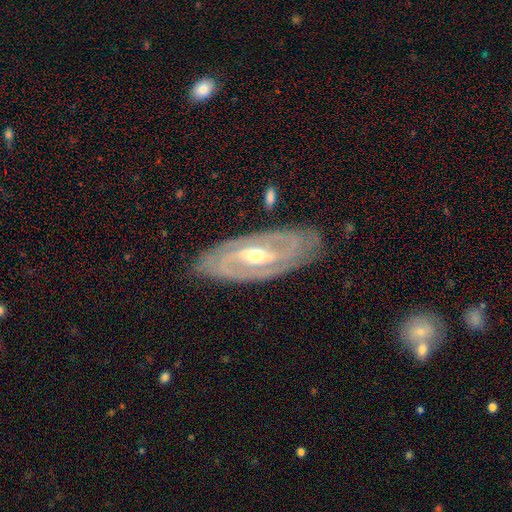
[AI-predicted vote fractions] Q: Smooth or featured?
A: featured or disk (88%); runner-up: smooth (8%)
Q: Edge-on disk?
A: no (91%); runner-up: yes (9%)
Q: Bar?
A: strong (40%); runner-up: weak (37%)
Q: Spiral arms?
A: yes (91%); runner-up: no (9%)
Q: Spiral winding?
A: tight (53%); runner-up: medium (36%)
Q: Spiral arm count?
A: 2 (74%); runner-up: can't tell (13%)
Q: Bulge size?
A: moderate (58%); runner-up: small (38%)
Q: Merging?
A: none (82%); runner-up: minor disturbance (13%)